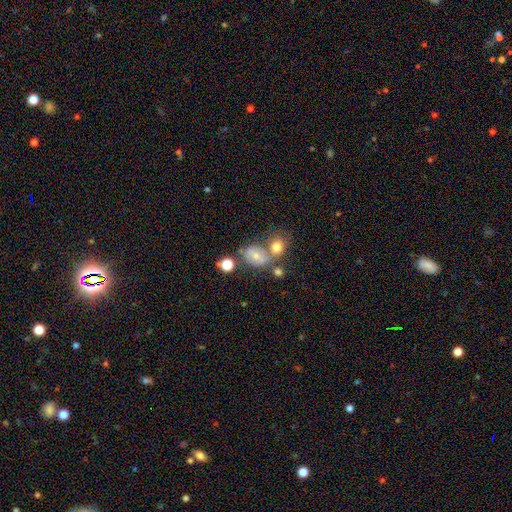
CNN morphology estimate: type=smooth (56%); roundness=in between (55%); merging=none (47%).